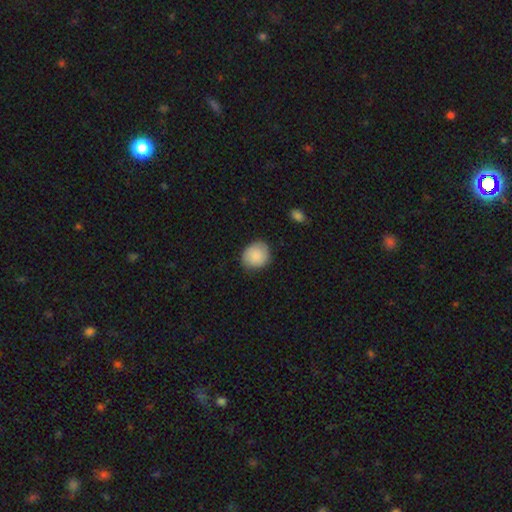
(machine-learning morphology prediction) Overall: smooth (86%). How rounded: round (74%). Merging: none (79%).